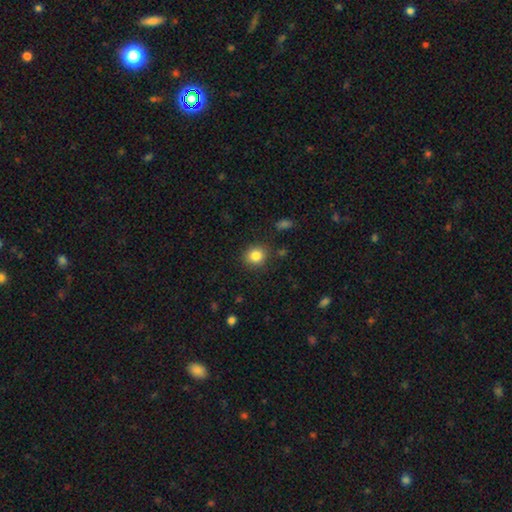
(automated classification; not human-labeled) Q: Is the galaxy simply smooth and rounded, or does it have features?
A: smooth — 84%.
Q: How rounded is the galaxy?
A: round — 81%.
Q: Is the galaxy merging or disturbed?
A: none — 87%.